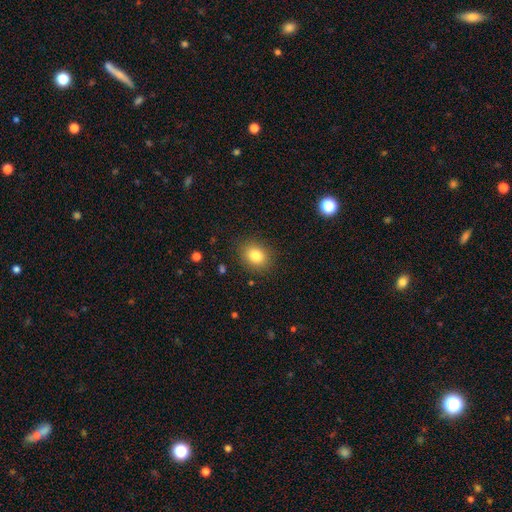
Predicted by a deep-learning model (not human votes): Smooth or featured?
  - smooth: 83% *
  - star or artifact: 10%
  - featured or disk: 7%
How rounded?
  - round: 54% *
  - in between: 45%
  - cigar-shaped: 1%
Merging?
  - none: 86% *
  - minor disturbance: 9%
  - major disturbance: 3%
  - merger: 1%